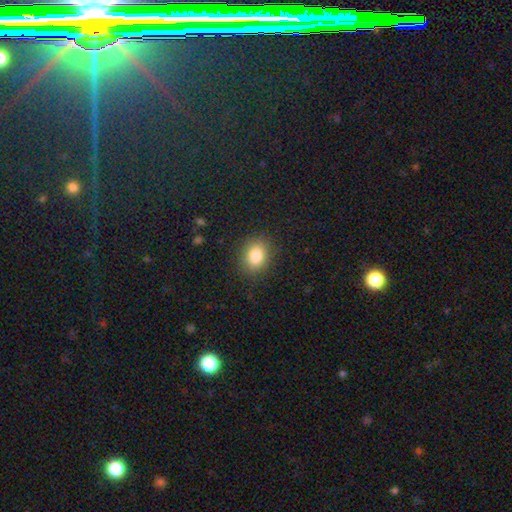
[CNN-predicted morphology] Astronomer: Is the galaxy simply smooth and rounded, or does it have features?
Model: smooth — 85%.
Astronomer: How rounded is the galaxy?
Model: in between — 58% (runner-up: round, 41%).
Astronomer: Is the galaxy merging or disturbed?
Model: none — 86%.